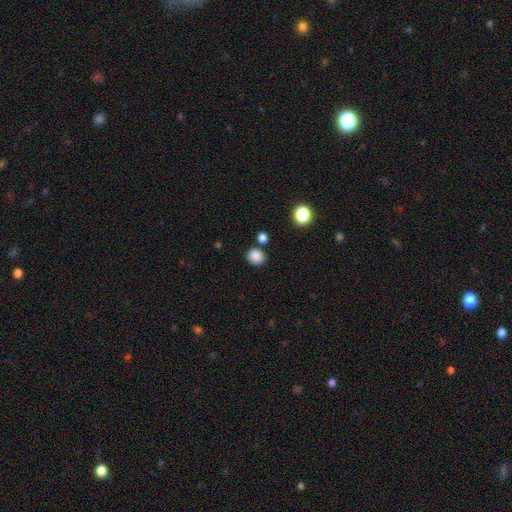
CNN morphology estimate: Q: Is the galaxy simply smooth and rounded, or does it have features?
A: smooth — 86%.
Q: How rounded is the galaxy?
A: round — 81%.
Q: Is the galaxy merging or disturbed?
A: none — 81%.